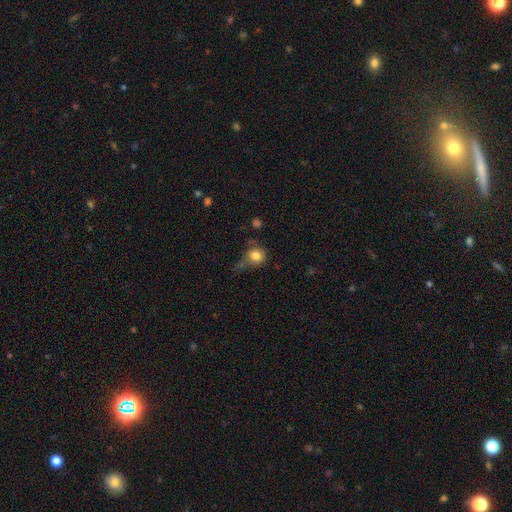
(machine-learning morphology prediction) type=smooth (81%); roundness=round (86%); merging=none (52%).